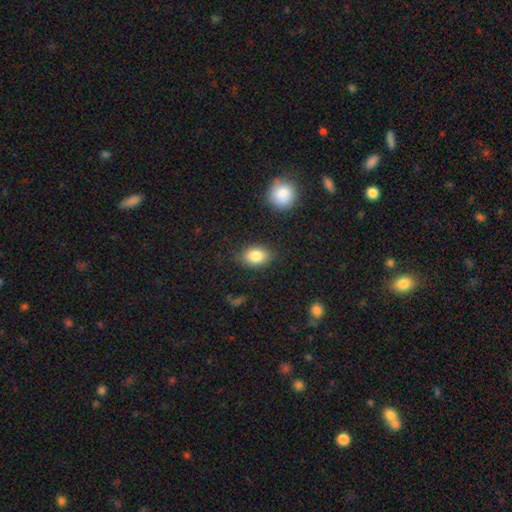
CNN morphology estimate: smooth-or-featured: smooth: 84% | star or artifact: 8% | featured or disk: 7%
  how-rounded: in between: 79% | round: 20% | cigar-shaped: 1%
  merging: none: 82% | minor disturbance: 12% | major disturbance: 3% | merger: 2%